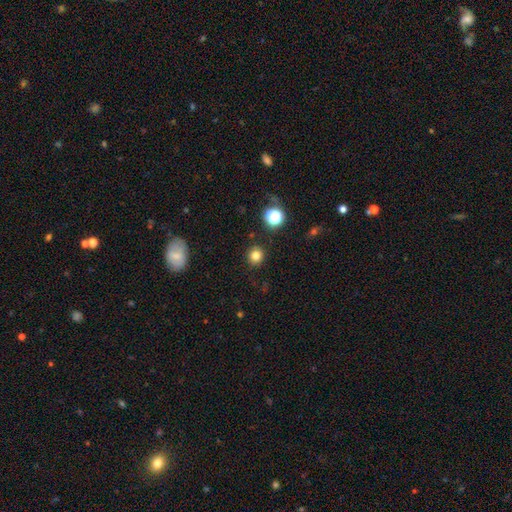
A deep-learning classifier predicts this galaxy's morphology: smooth-or-featured: smooth: 80% | star or artifact: 14% | featured or disk: 6%
  how-rounded: round: 91% | in between: 8% | cigar-shaped: 1%
  merging: none: 90% | minor disturbance: 6% | major disturbance: 2% | merger: 2%